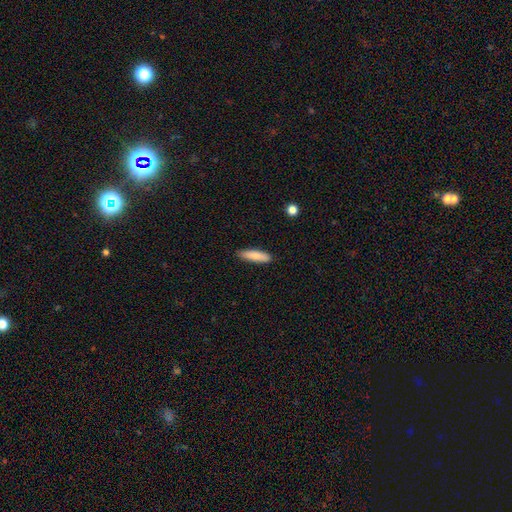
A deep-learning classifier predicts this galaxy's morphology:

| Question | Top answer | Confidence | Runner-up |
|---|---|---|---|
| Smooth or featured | smooth | 82% | featured or disk (12%) |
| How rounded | cigar-shaped | 72% | in between (27%) |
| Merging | none | 88% | minor disturbance (9%) |